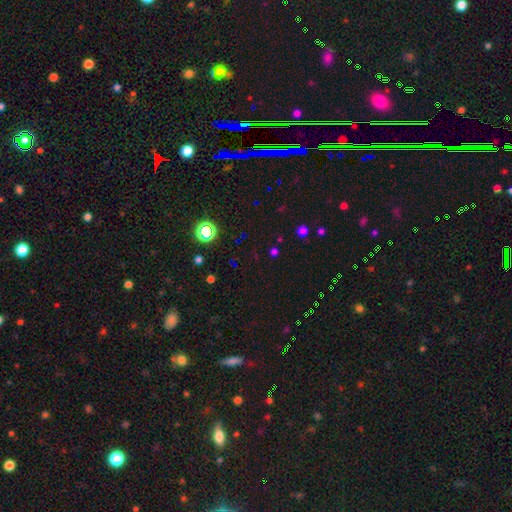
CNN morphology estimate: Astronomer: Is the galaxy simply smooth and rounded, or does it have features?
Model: star or artifact — 68%.